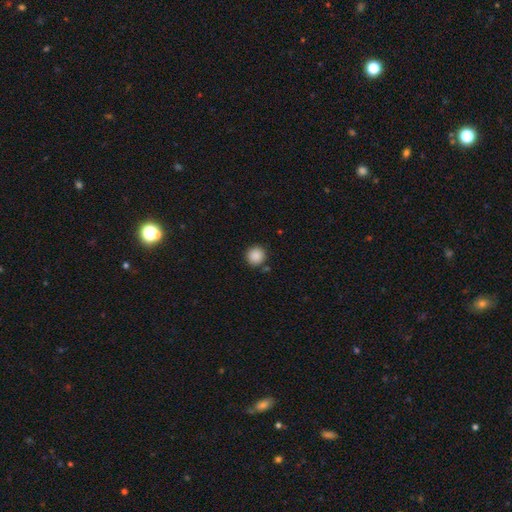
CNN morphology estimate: A smooth galaxy with no disk features (88%) that is round (93%).

Vote fractions:
- Smooth or featured? smooth: 88% / star or artifact: 9% / featured or disk: 3%
- How rounded? round: 93% / in between: 6% / cigar-shaped: 1%
- Merging? none: 87% / minor disturbance: 8% / merger: 3% / major disturbance: 2%